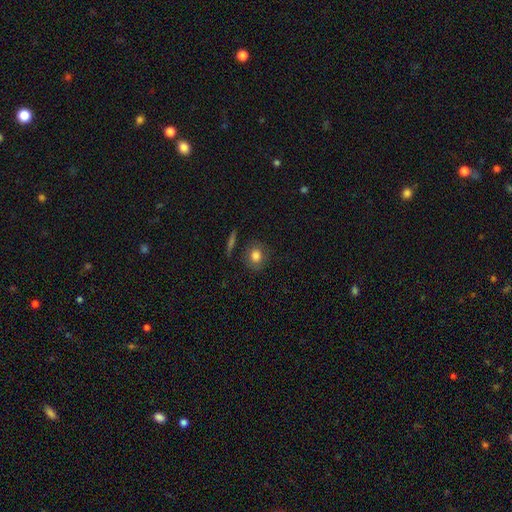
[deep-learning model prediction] This is likely a smooth galaxy (80%). How rounded: likely round (74%). Merging: clearly none (82%).